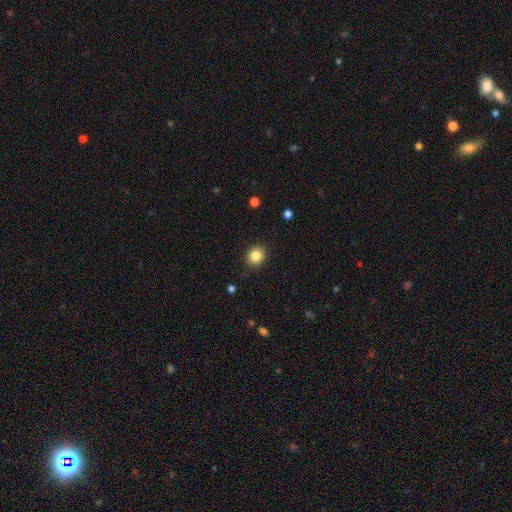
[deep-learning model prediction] This appears to be a smooth galaxy with no disk features (84%) that is round (77%). Merging: none (89%).